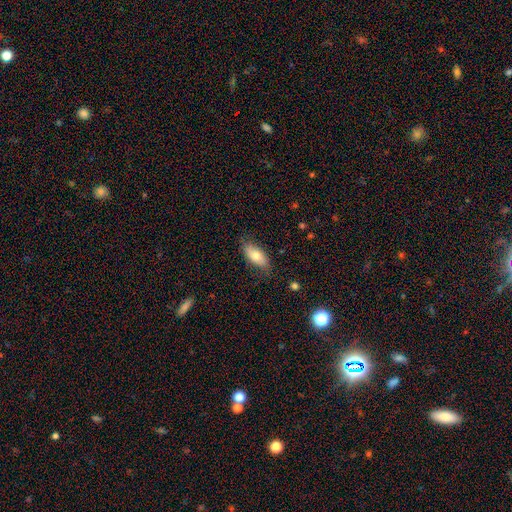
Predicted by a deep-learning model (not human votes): A smooth galaxy with no disk features (73%) that is in between round and cigar-shaped (88%). Merging: none (76%).